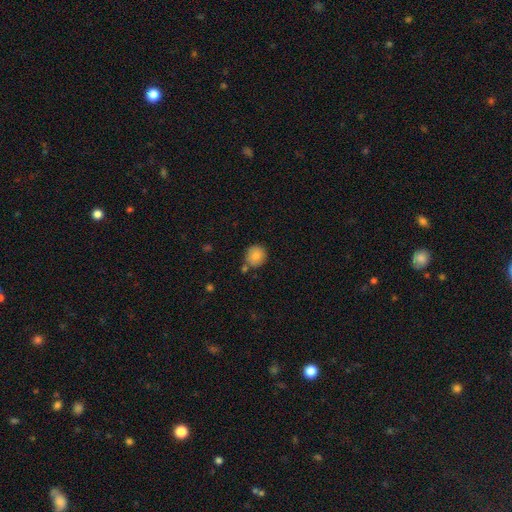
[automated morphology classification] smooth-or-featured: smooth: 84% | star or artifact: 9% | featured or disk: 8%
  how-rounded: round: 87% | in between: 12% | cigar-shaped: 1%
  merging: none: 74% | minor disturbance: 13% | merger: 10% | major disturbance: 3%